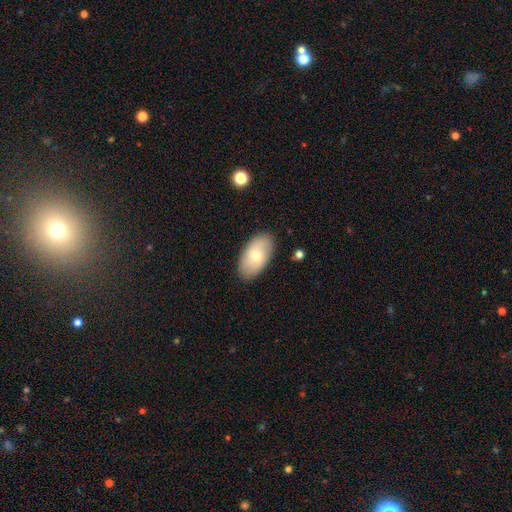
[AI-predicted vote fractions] Overall: smooth (69%). How rounded: in between (95%). Merging: none (86%).